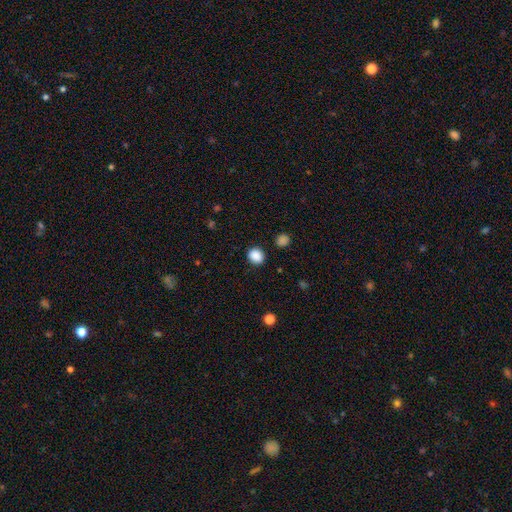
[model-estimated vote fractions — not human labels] A smooth galaxy with no disk features (88%) that is round (70%).

Vote fractions:
- Smooth or featured? smooth: 88% / star or artifact: 10% / featured or disk: 3%
- How rounded? round: 70% / in between: 29% / cigar-shaped: 1%
- Merging? none: 88% / minor disturbance: 8% / major disturbance: 3% / merger: 2%